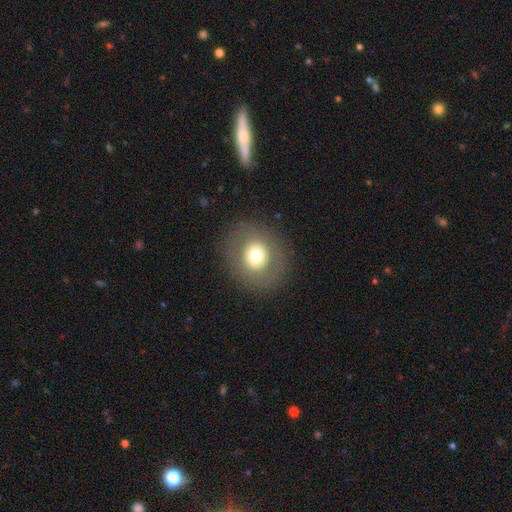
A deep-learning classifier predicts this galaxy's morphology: A smooth galaxy with no disk features (65%) that is round (79%).

Vote fractions:
- Smooth or featured? smooth: 65% / featured or disk: 24% / star or artifact: 11%
- How rounded? round: 79% / in between: 20% / cigar-shaped: 1%
- Merging? none: 85% / minor disturbance: 8% / major disturbance: 6% / merger: 1%